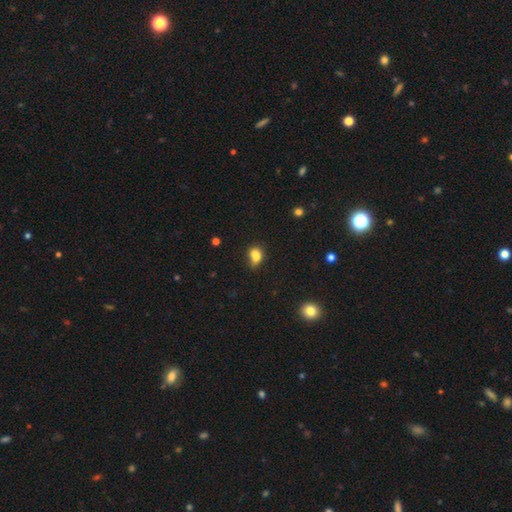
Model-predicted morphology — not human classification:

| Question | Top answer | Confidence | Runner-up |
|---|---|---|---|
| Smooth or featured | smooth | 80% | star or artifact (12%) |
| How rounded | in between | 66% | round (32%) |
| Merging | none | 42% | minor disturbance (30%) |